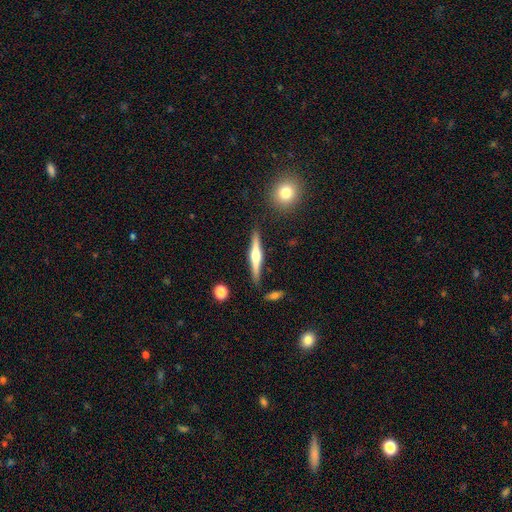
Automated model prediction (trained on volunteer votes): Smooth or featured: featured or disk — 68% (smooth — 26%)
Edge-on disk: yes — 97% (no — 3%)
Edge-on bulge: rounded — 88% (boxy — 8%)
Merging: none — 86% (minor disturbance — 9%)